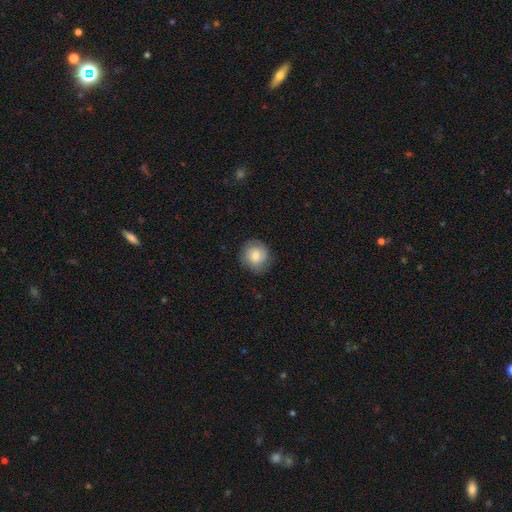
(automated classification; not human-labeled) smooth 77%, featured or disk 15%, star or artifact 8%. Down the decision tree: how rounded — round (87%); merging — none (83%).